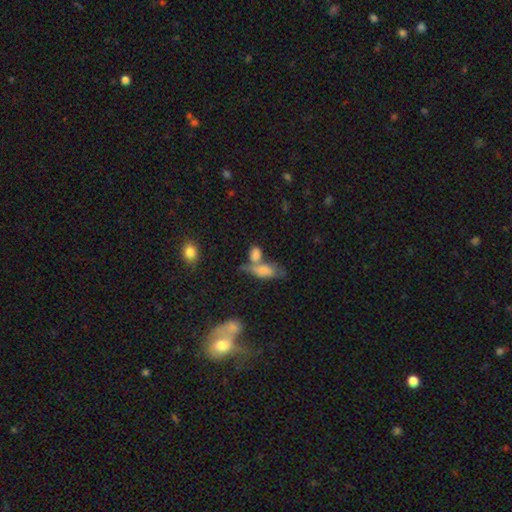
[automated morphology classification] smooth 71%, featured or disk 16%, star or artifact 12%. Down the decision tree: how rounded — in between (71%); merging — merger (44%).